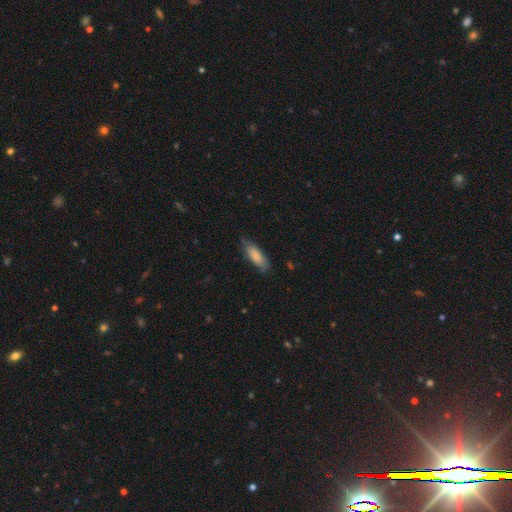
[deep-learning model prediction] Q: Smooth or featured?
A: smooth (80%); runner-up: featured or disk (14%)
Q: How rounded?
A: in between (58%); runner-up: cigar-shaped (41%)
Q: Merging?
A: none (73%); runner-up: minor disturbance (22%)